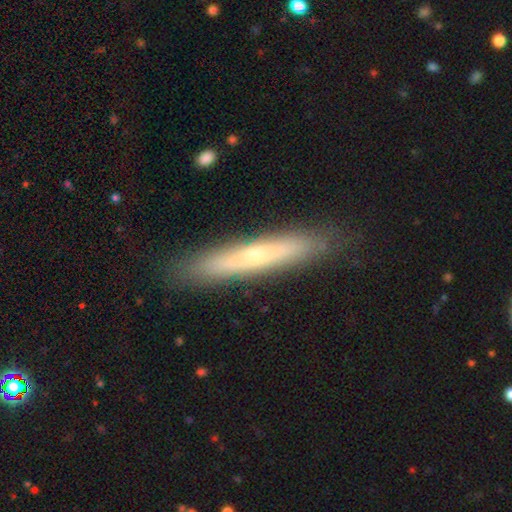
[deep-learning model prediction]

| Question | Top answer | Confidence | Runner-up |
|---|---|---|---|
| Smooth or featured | smooth | 52% | featured or disk (41%) |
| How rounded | cigar-shaped | 92% | in between (6%) |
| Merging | none | 87% | minor disturbance (9%) |